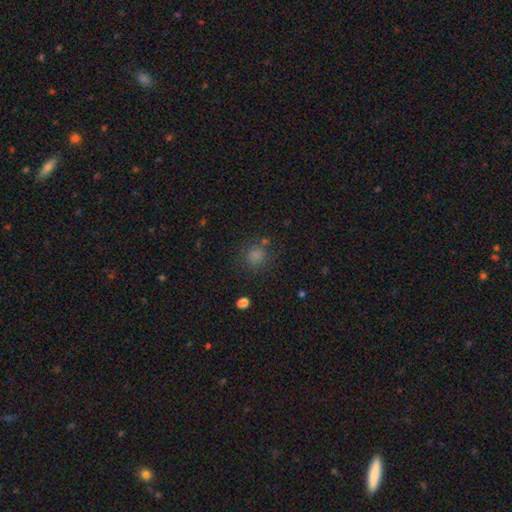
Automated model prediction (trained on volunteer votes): smooth-or-featured: smooth: 80% | star or artifact: 15% | featured or disk: 5%
  how-rounded: round: 87% | in between: 12% | cigar-shaped: 1%
  merging: none: 78% | minor disturbance: 12% | major disturbance: 5% | merger: 5%